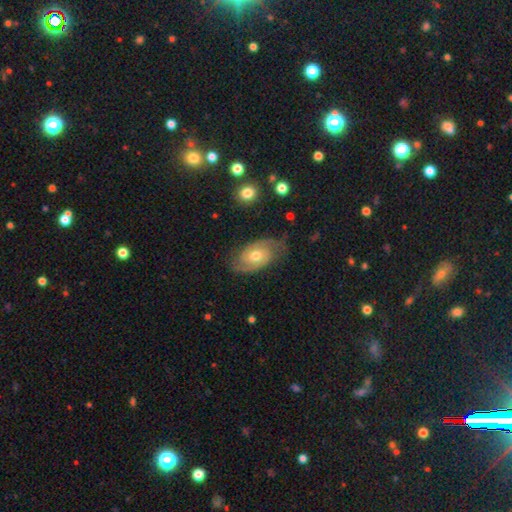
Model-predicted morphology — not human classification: This is likely a featured or disk galaxy (75%). It is clearly not viewed edge-on (95%). Bar: likely no (72%). Spiral arm pattern: clearly yes (91%). Spiral arm count: clearly 2 (81%). Spiral winding: possibly tight (48%). Central bulge: likely moderate (70%). Merging: likely none (74%).